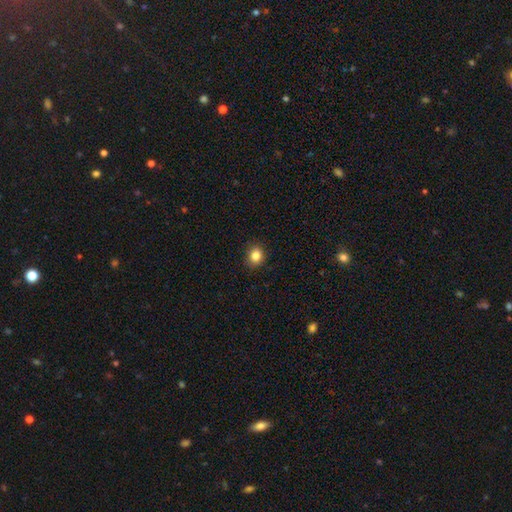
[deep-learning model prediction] Overall: smooth (84%). How rounded: round (72%). Merging: none (89%).